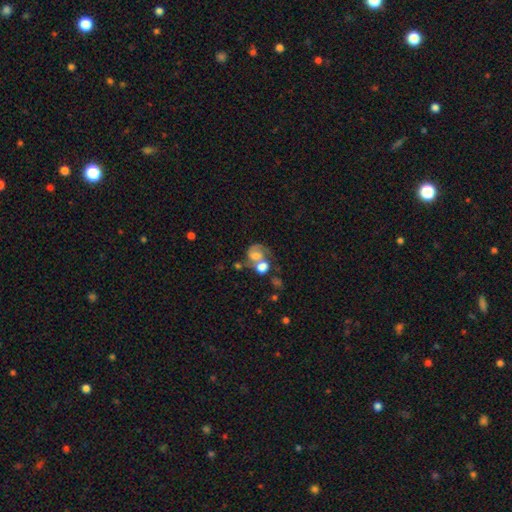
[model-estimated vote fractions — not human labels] Overall: featured or disk (49%; smooth 40%). Merging: merger (55%; none 20%).